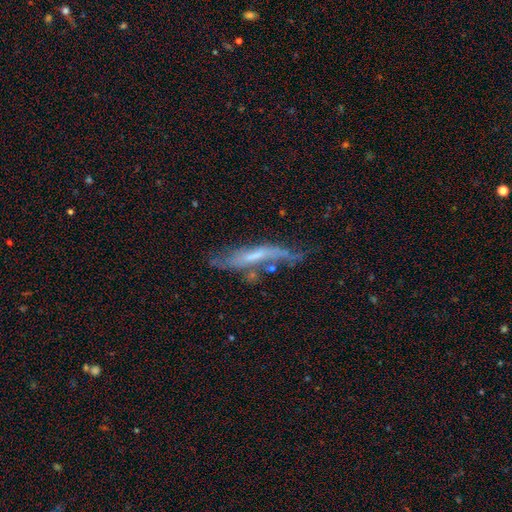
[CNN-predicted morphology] Smooth or featured?
  - featured or disk: 59% *
  - smooth: 32%
  - star or artifact: 9%
Edge-on disk?
  - yes: 55% *
  - no: 45%
Merging?
  - none: 40% *
  - minor disturbance: 27%
  - major disturbance: 22%
  - merger: 11%